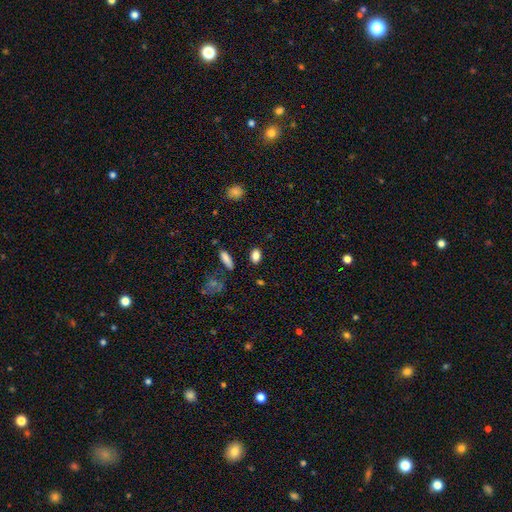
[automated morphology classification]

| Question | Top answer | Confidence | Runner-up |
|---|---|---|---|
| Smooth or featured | smooth | 86% | star or artifact (9%) |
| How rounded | in between | 82% | round (14%) |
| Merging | none | 86% | minor disturbance (10%) |